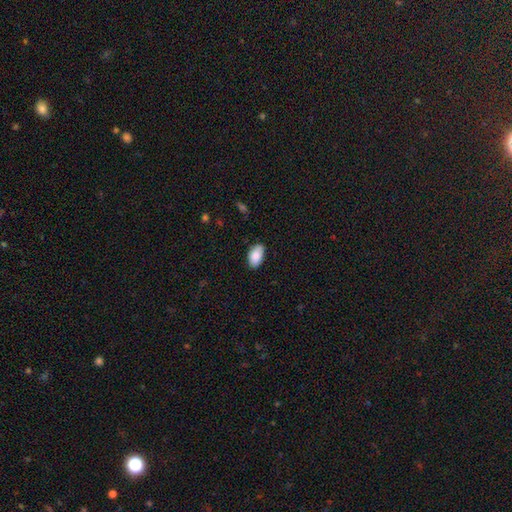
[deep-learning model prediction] The model was most divided on "merging": none: 84%, minor disturbance: 13%, major disturbance: 2%, merger: 1%. More confident: how rounded — in between (94%); smooth or featured — smooth (88%).